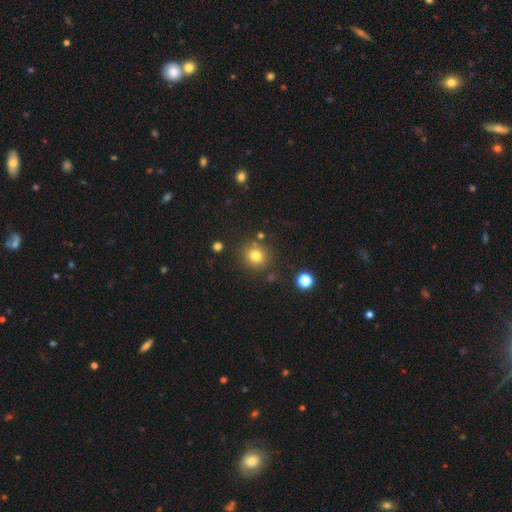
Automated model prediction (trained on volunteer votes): This is likely a smooth galaxy (79%). How rounded: clearly round (91%). Merging: clearly none (83%).